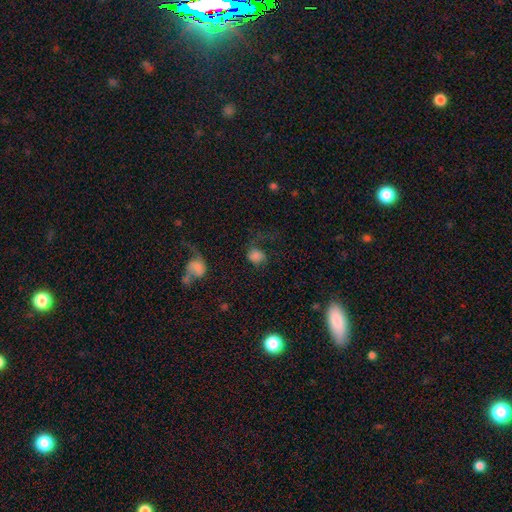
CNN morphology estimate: Q: Smooth or featured?
A: smooth (69%); runner-up: featured or disk (19%)
Q: How rounded?
A: round (67%); runner-up: in between (31%)
Q: Merging?
A: none (40%); runner-up: major disturbance (32%)